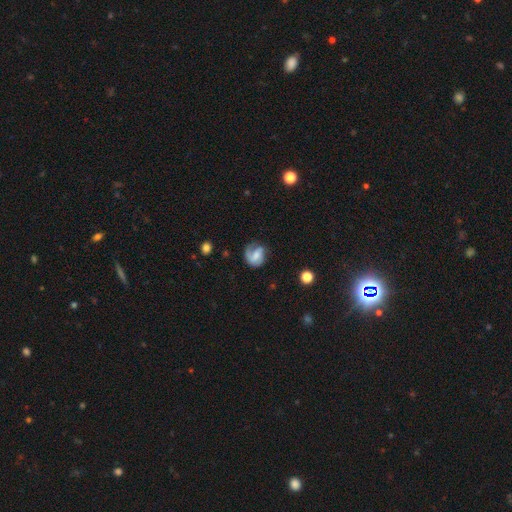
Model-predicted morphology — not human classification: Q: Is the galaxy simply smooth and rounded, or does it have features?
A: featured or disk — 61%.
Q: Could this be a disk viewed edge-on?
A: no — 97%.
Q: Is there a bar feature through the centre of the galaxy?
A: weak — 45%.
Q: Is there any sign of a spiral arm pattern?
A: yes — 88%.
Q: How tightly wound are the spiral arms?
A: medium — 42%.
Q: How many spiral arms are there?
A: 1 — 50%.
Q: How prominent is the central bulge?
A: small — 36%.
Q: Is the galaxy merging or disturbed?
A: none — 53%.